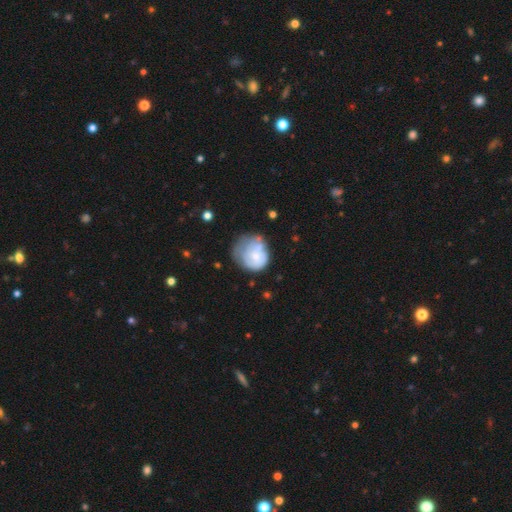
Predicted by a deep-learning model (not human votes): Smooth or featured: smooth — 55% (featured or disk — 37%)
How rounded: round — 75% (in between — 24%)
Merging: none — 36% (minor disturbance — 33%)